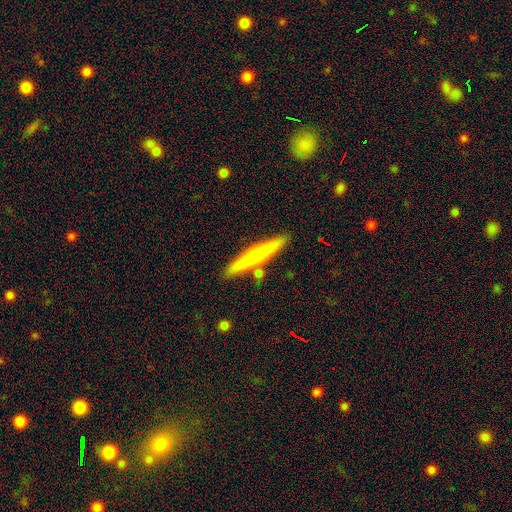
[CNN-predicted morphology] Q: Smooth or featured?
A: smooth (48%); runner-up: featured or disk (46%)
Q: Merging?
A: none (83%); runner-up: minor disturbance (9%)